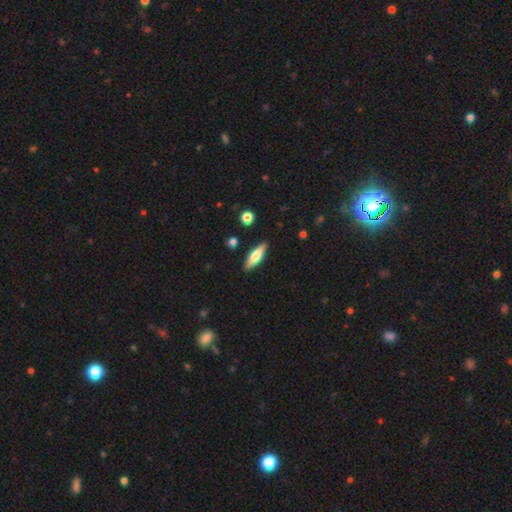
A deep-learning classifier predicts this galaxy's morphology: A smooth galaxy with no disk features (50%). Merging: none (88%).